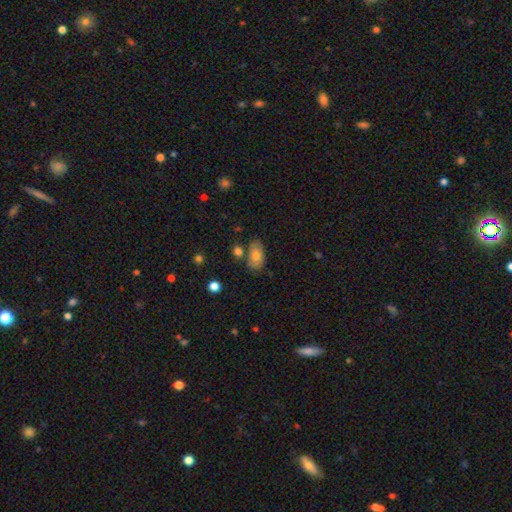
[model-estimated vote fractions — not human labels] Morphology: type=smooth (77%); roundness=in between (91%); merging=none (72%).